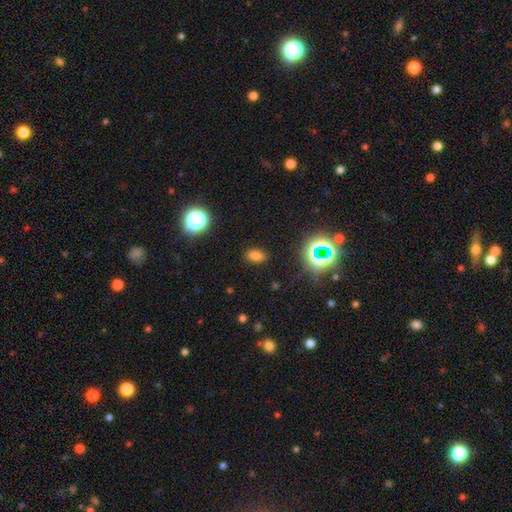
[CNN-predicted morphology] Smooth or featured? Predicted: smooth (p=0.70). How rounded? Predicted: in between (p=0.86). Merging? Predicted: none (p=0.86).